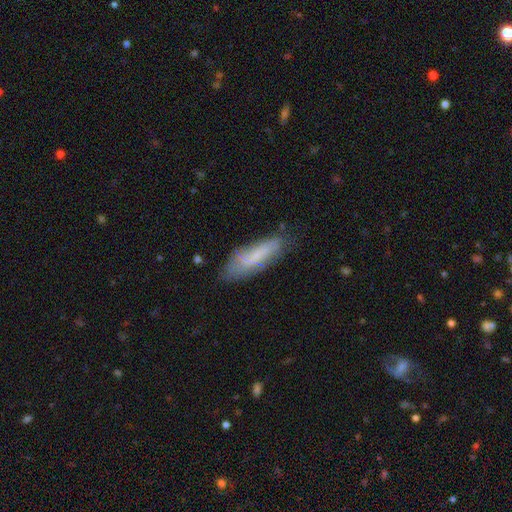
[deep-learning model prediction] Smooth or featured: smooth — 55% (featured or disk — 37%)
How rounded: cigar-shaped — 54% (in between — 44%)
Merging: none — 66% (minor disturbance — 24%)